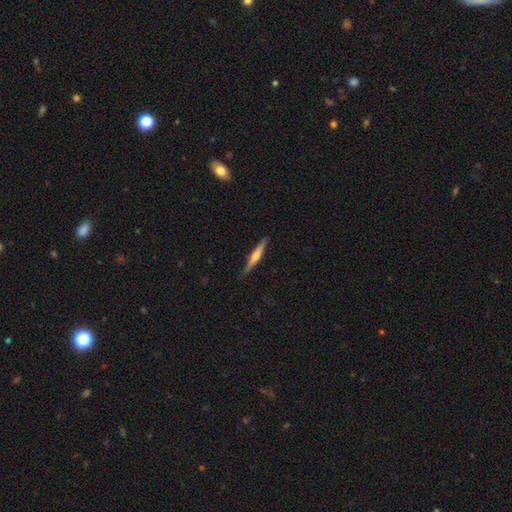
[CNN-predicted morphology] The model was most divided on "smooth or featured": featured or disk: 56%, smooth: 38%, star or artifact: 6%. More confident: edge-on disk — yes (97%); merging — none (87%); edge-on bulge — rounded (76%).